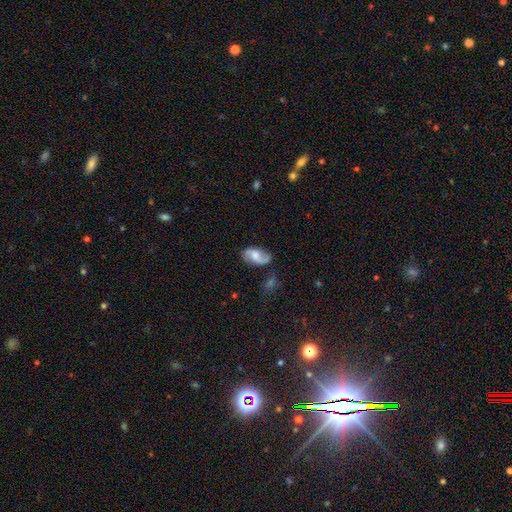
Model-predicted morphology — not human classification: Overall: featured or disk (61%; smooth 32%). Edge-on disk: no (95%). Bar: no (50%; weak 41%). Spiral arms: yes (90%). Spiral arm count: 2 (85%). Spiral winding: loose (51%; medium 37%). Bulge size: moderate (46%; small 21%). Merging: none (65%).